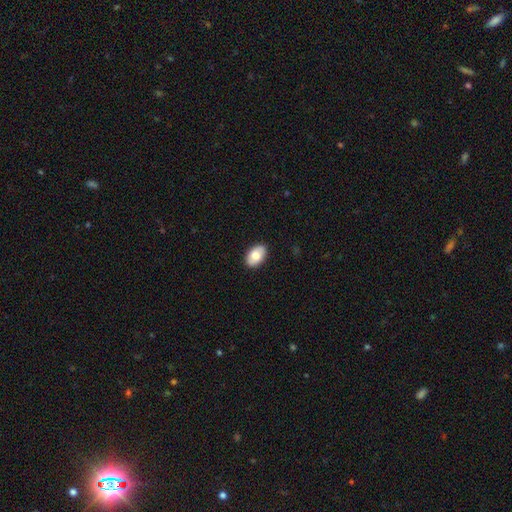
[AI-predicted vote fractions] Q: Smooth or featured?
A: smooth (76%); runner-up: featured or disk (18%)
Q: How rounded?
A: in between (90%); runner-up: round (8%)
Q: Merging?
A: none (89%); runner-up: minor disturbance (8%)